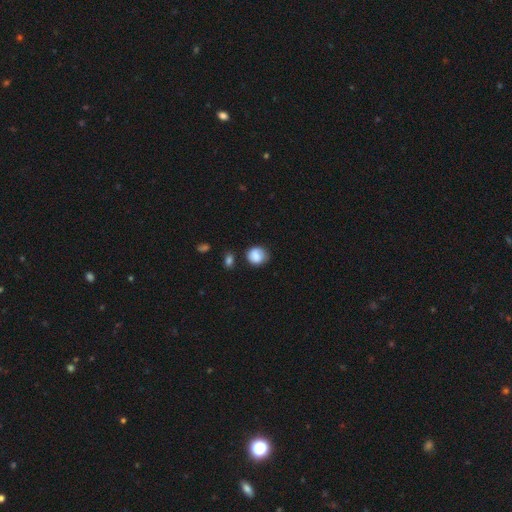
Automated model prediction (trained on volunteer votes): smooth 82%, featured or disk 9%, star or artifact 8%. Down the decision tree: how rounded — round (75%); merging — none (64%).